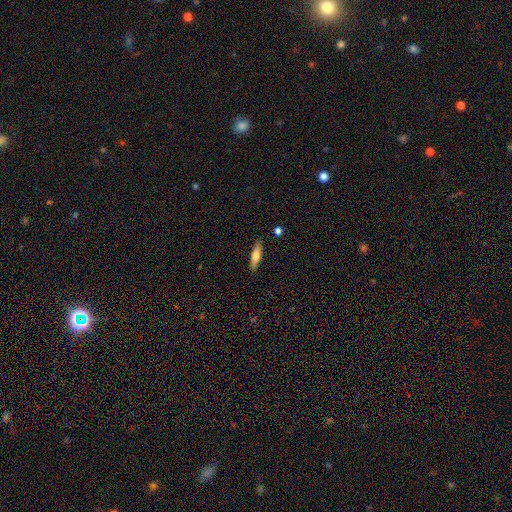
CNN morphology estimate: smooth 66%, featured or disk 28%, star or artifact 6%. Down the decision tree: how rounded — cigar-shaped (68%); merging — none (86%).